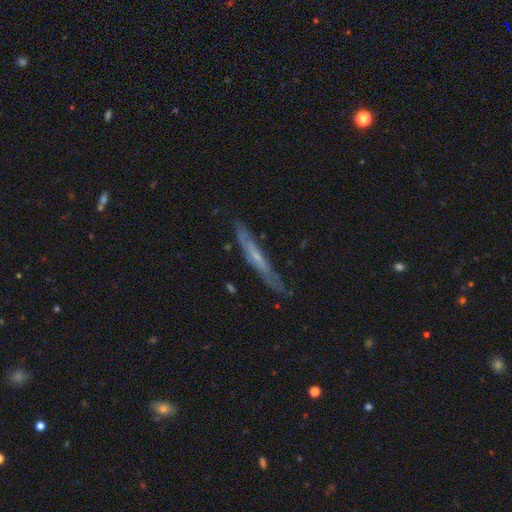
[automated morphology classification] featured or disk 63%, smooth 30%, star or artifact 7%. Down the decision tree: edge-on disk — yes (80%); edge-on bulge — none (62%); merging — none (73%).